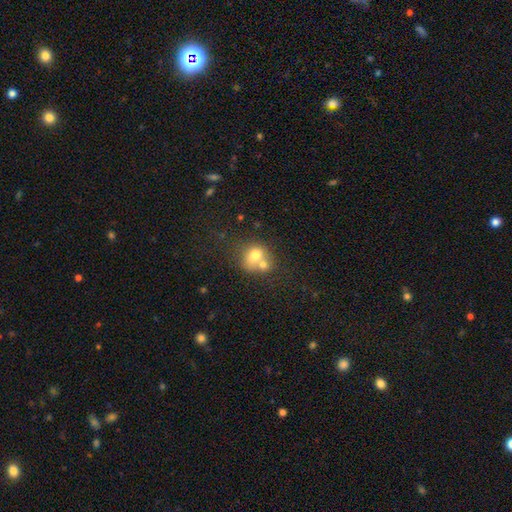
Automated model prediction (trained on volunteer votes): Smooth or featured: smooth — 70% (featured or disk — 19%)
How rounded: round — 71% (in between — 28%)
Merging: merger — 54% (none — 32%)